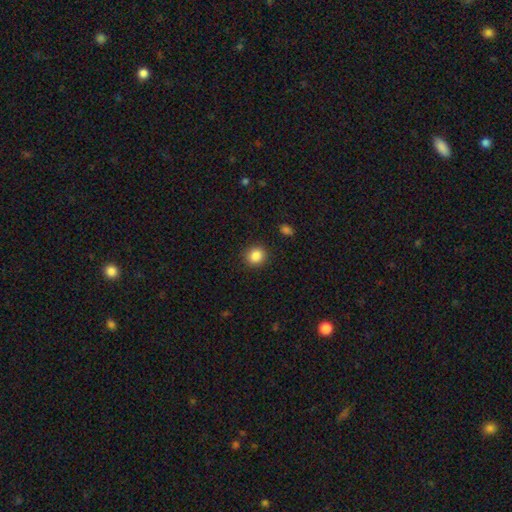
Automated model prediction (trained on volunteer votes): Morphology: type=smooth (86%); roundness=round (83%); merging=none (89%).